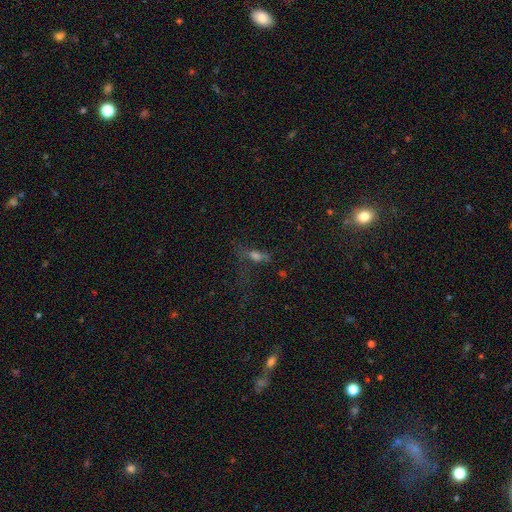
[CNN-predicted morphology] Smooth or featured? smooth (45%)
Merging? none (42%)